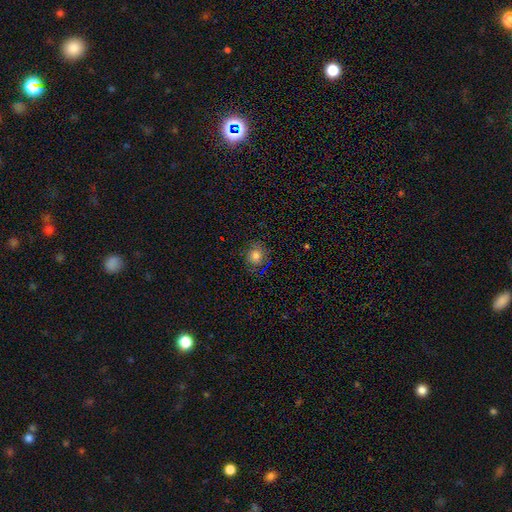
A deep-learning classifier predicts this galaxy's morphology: Smooth or featured: smooth — 77% (star or artifact — 15%)
How rounded: round — 80% (in between — 19%)
Merging: none — 83% (minor disturbance — 12%)